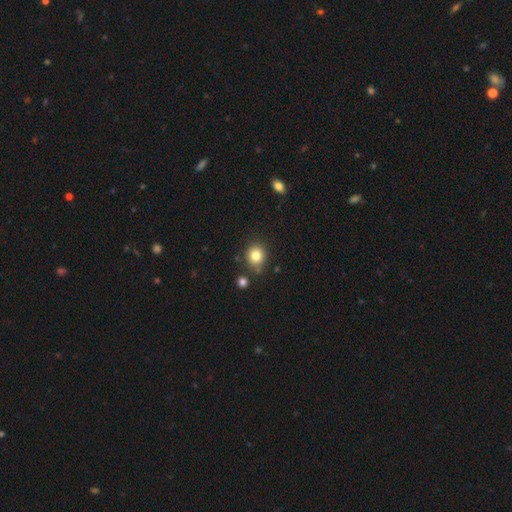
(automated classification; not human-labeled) This is clearly a smooth galaxy (82%). How rounded: likely round (77%). Merging: likely none (78%).